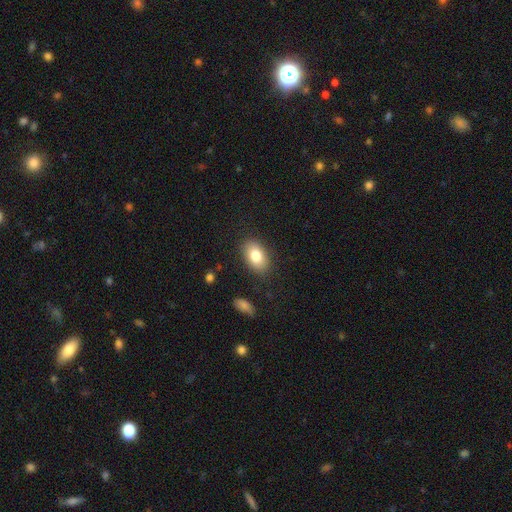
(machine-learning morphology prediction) Smooth or featured? Predicted: smooth (p=0.82). How rounded? Predicted: in between (p=0.89). Merging? Predicted: none (p=0.85).